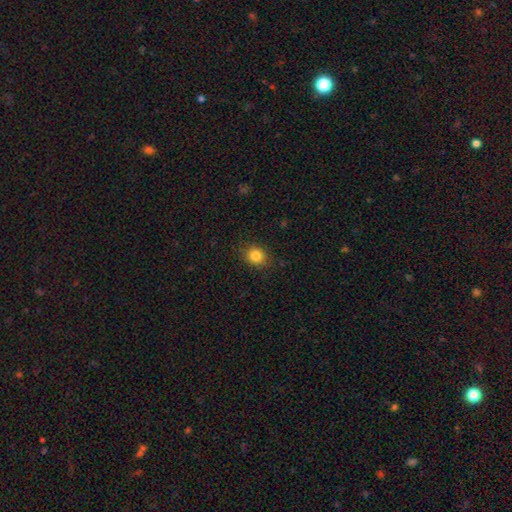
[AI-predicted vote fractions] Smooth or featured? Predicted: smooth (p=0.84). How rounded? Predicted: round (p=0.70). Merging? Predicted: none (p=0.87).